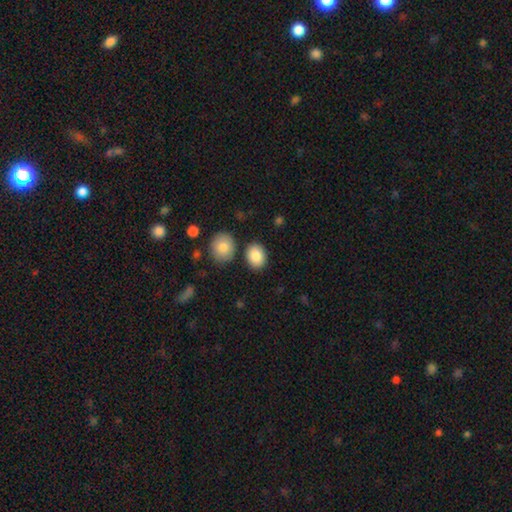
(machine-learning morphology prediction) Q: Smooth or featured?
A: smooth (86%); runner-up: star or artifact (7%)
Q: How rounded?
A: in between (58%); runner-up: round (41%)
Q: Merging?
A: none (80%); runner-up: minor disturbance (9%)